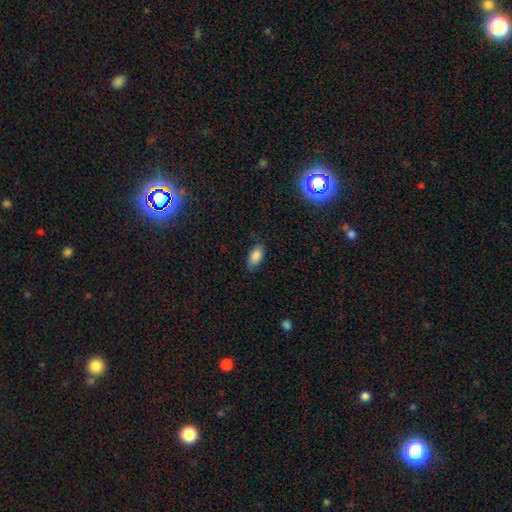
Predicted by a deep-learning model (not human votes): Smooth or featured?
  - smooth: 86% *
  - star or artifact: 8%
  - featured or disk: 6%
How rounded?
  - in between: 92% *
  - cigar-shaped: 5%
  - round: 4%
Merging?
  - none: 76% *
  - minor disturbance: 19%
  - major disturbance: 4%
  - merger: 1%